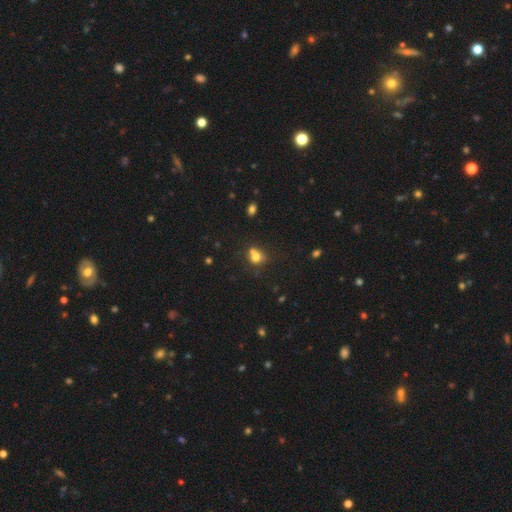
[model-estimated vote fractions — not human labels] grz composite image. It shows a smooth galaxy with no disk features (70%) that is round (60%). Merging: merger (45%).